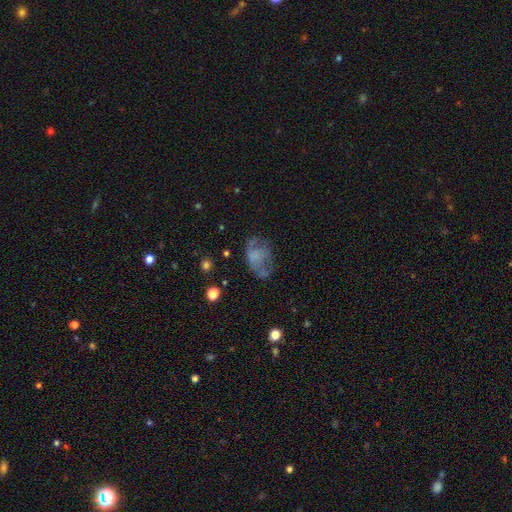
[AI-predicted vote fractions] A smooth galaxy with no disk features (46%).

Vote fractions:
- Smooth or featured? smooth: 46% / featured or disk: 41% / star or artifact: 13%
- Merging? none: 37% / major disturbance: 35% / minor disturbance: 24% / merger: 4%